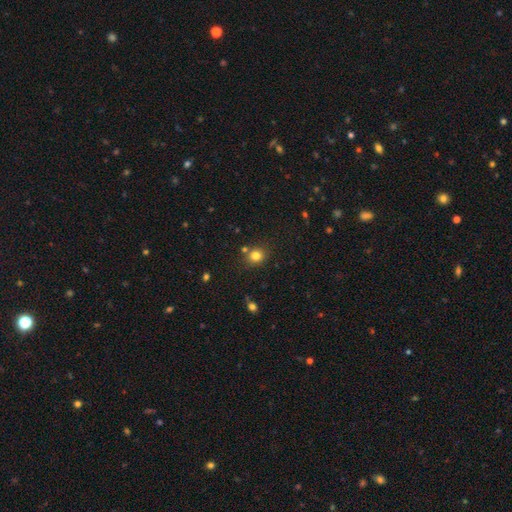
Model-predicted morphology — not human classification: Overall: smooth (80%). How rounded: round (82%). Merging: none (78%).